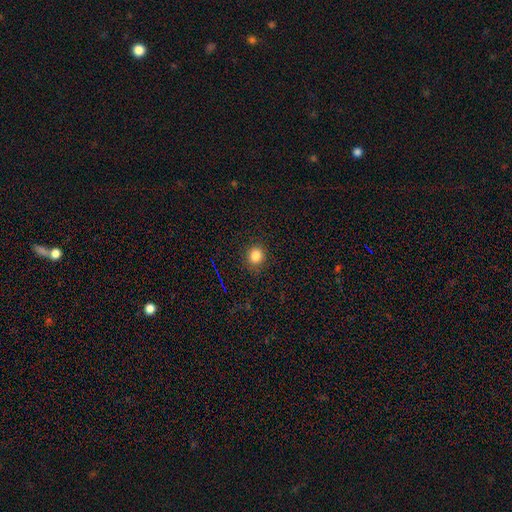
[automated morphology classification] Smooth or featured: smooth — 82% (star or artifact — 13%)
How rounded: round — 83% (in between — 16%)
Merging: none — 89% (minor disturbance — 8%)